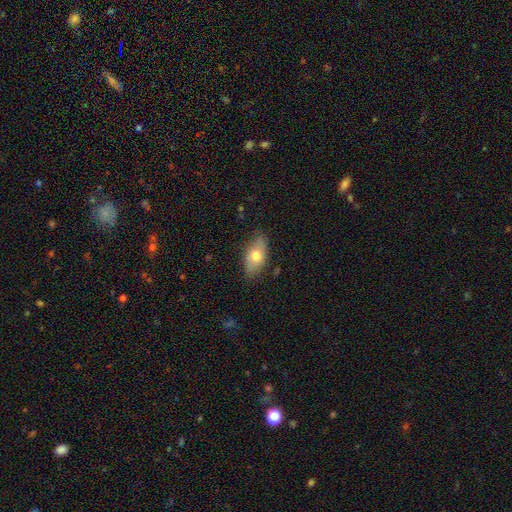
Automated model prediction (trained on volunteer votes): smooth-or-featured: smooth: 67% | featured or disk: 27% | star or artifact: 7%
  how-rounded: in between: 89% | round: 6% | cigar-shaped: 5%
  merging: none: 80% | minor disturbance: 16% | major disturbance: 3% | merger: 1%